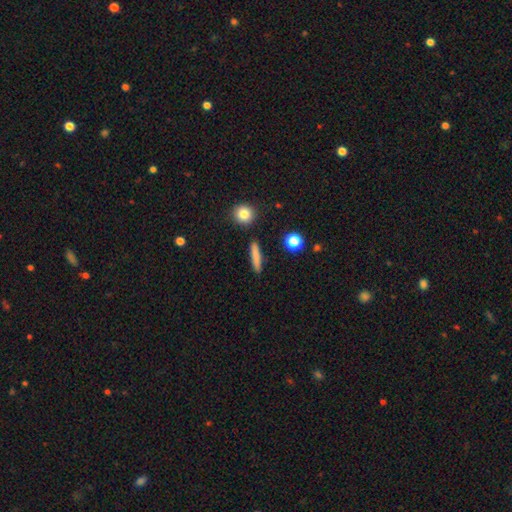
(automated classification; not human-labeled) A smooth galaxy with no disk features (79%) that is cigar-shaped (85%).

Vote fractions:
- Smooth or featured? smooth: 79% / featured or disk: 13% / star or artifact: 8%
- How rounded? cigar-shaped: 85% / in between: 10% / round: 4%
- Merging? none: 89% / minor disturbance: 7% / merger: 2% / major disturbance: 2%